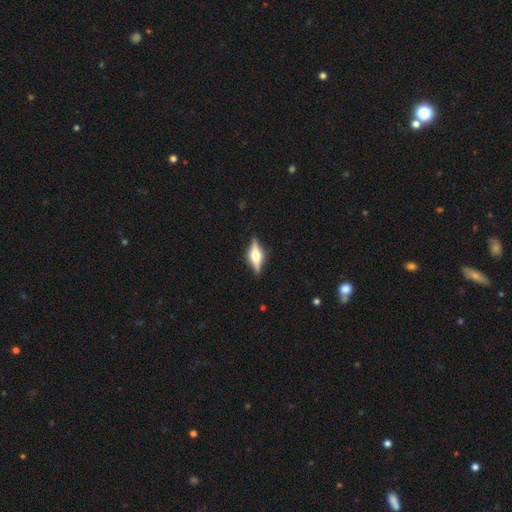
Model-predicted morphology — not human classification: Q: Smooth or featured?
A: featured or disk (75%); runner-up: smooth (18%)
Q: Edge-on disk?
A: yes (97%); runner-up: no (3%)
Q: Edge-on bulge?
A: rounded (92%); runner-up: boxy (7%)
Q: Merging?
A: none (88%); runner-up: minor disturbance (9%)